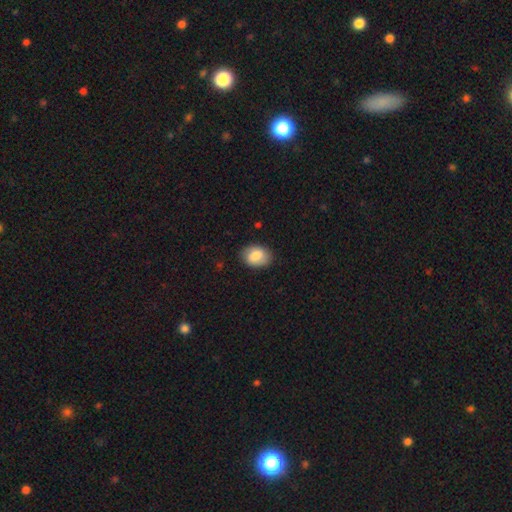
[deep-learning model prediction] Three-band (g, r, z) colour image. It shows a smooth galaxy with no disk features (81%) that is in between round and cigar-shaped (77%). Merging: none (83%).